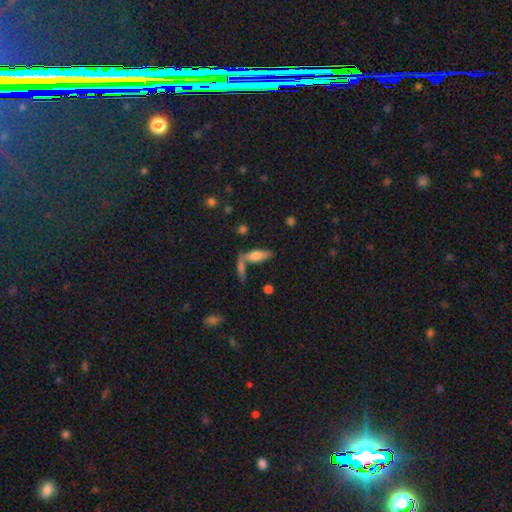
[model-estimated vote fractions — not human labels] Overall: smooth (67%). How rounded: in between (56%; cigar-shaped 41%). Merging: none (51%; merger 31%).